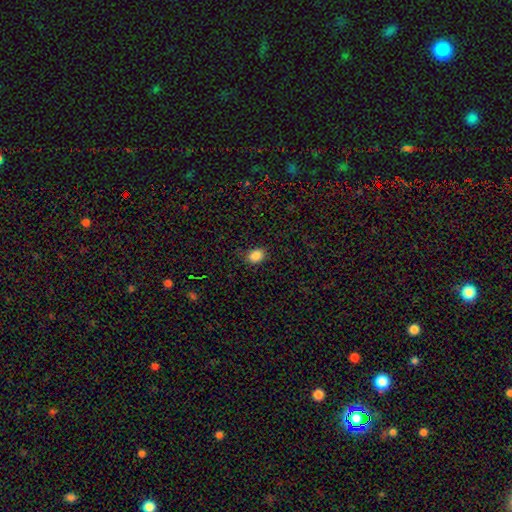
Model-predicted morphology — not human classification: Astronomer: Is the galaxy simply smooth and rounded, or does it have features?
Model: smooth — 86%.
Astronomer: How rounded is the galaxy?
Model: in between — 55% (runner-up: round, 44%).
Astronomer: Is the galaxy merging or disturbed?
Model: none — 85%.